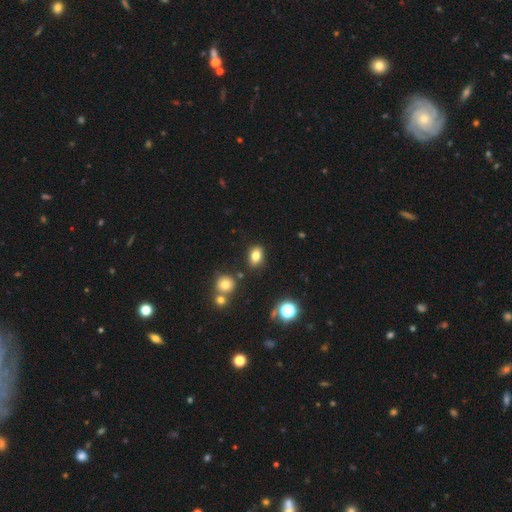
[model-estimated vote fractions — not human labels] Smooth or featured?
  - smooth: 78% *
  - star or artifact: 13%
  - featured or disk: 9%
How rounded?
  - in between: 79% *
  - round: 19%
  - cigar-shaped: 2%
Merging?
  - none: 81% *
  - minor disturbance: 12%
  - merger: 4%
  - major disturbance: 3%